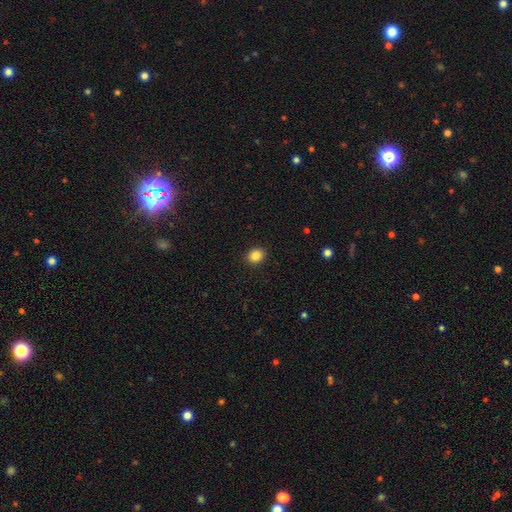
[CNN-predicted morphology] smooth 85%, star or artifact 10%, featured or disk 5%. Down the decision tree: how rounded — round (62%); merging — none (91%).